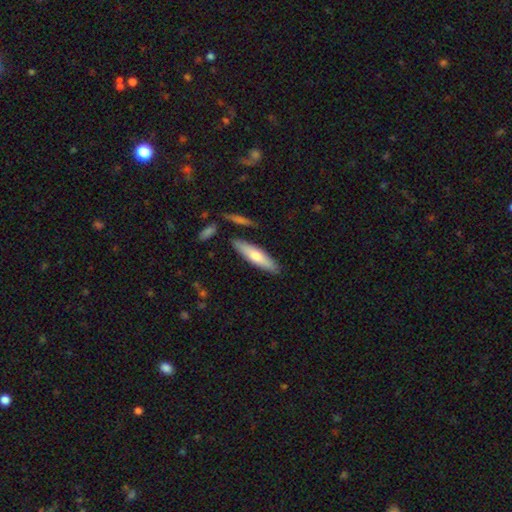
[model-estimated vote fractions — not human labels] smooth_or_featured: smooth (p=0.61) [alt: featured or disk p=0.33]
how_rounded: cigar-shaped (p=0.74) [alt: in between p=0.24]
merging: none (p=0.85) [alt: minor disturbance p=0.10]